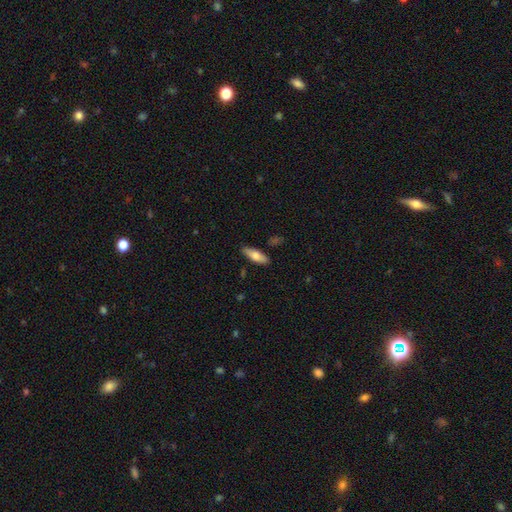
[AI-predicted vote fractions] Morphology: type=smooth (72%); roundness=in between (56%); merging=none (86%).